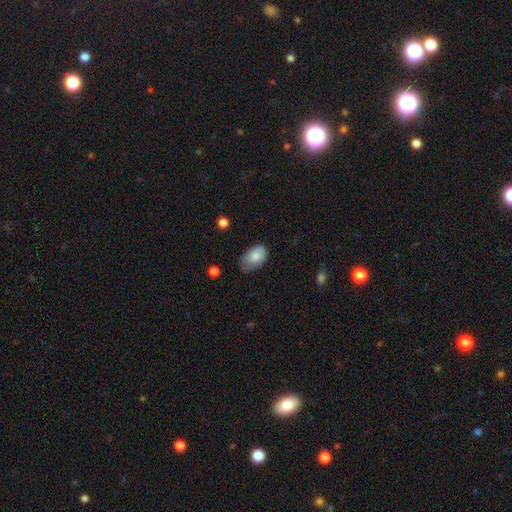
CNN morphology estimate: Smooth or featured: smooth — 81% (featured or disk — 12%)
How rounded: in between — 91% (round — 7%)
Merging: none — 54% (minor disturbance — 36%)